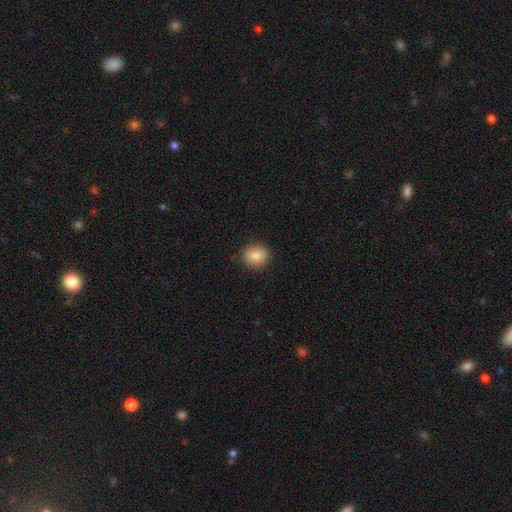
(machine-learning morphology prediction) This is clearly a smooth galaxy (86%). How rounded: clearly round (84%). Merging: clearly none (89%).